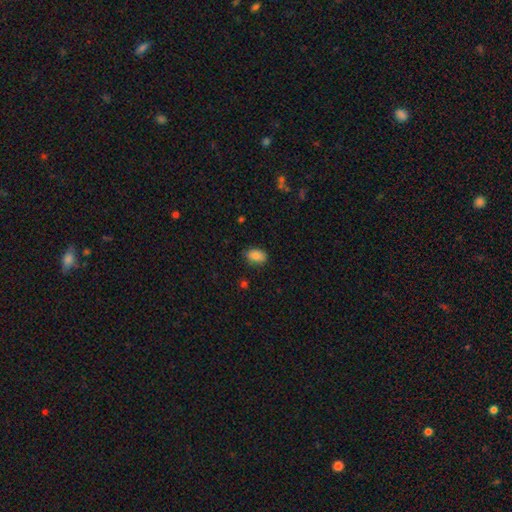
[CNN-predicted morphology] Q: Smooth or featured?
A: smooth (85%); runner-up: star or artifact (9%)
Q: How rounded?
A: in between (80%); runner-up: round (18%)
Q: Merging?
A: none (81%); runner-up: minor disturbance (15%)